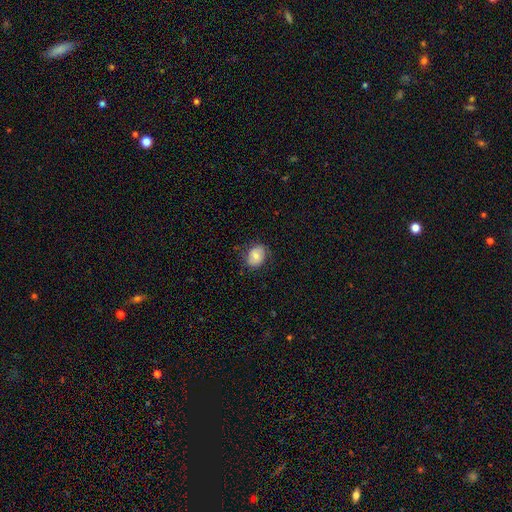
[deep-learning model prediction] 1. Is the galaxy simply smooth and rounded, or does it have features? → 72% smooth, 20% featured or disk, 8% star or artifact.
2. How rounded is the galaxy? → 56% in between, 43% round, 1% cigar-shaped.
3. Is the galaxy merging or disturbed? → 72% none, 20% minor disturbance, 7% major disturbance, 1% merger.